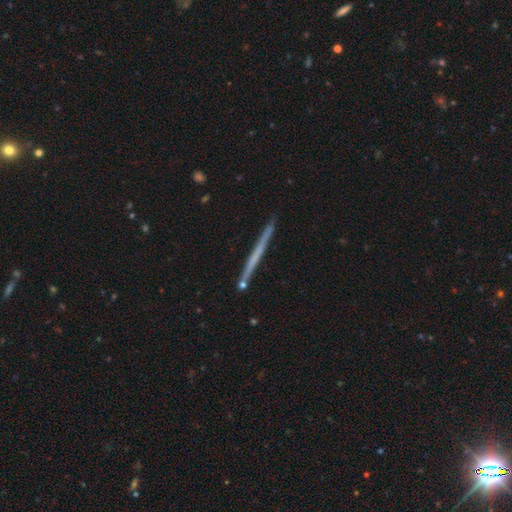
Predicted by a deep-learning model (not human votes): Smooth or featured? featured or disk (56%)
Edge-on disk? yes (98%)
Edge-on bulge? none (90%)
Merging? none (90%)